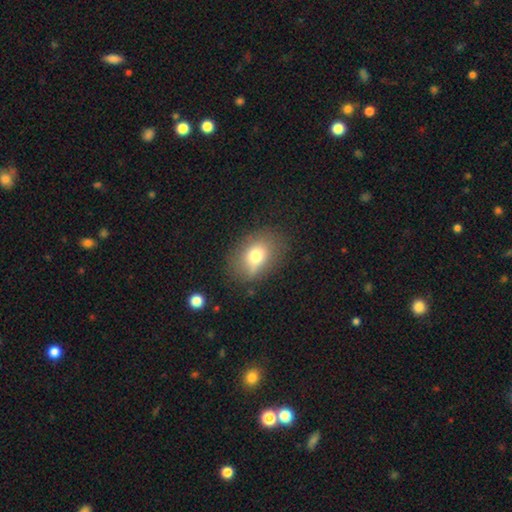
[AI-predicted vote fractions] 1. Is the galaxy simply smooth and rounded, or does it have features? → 72% smooth, 17% featured or disk, 11% star or artifact.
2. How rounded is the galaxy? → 69% in between, 29% round, 2% cigar-shaped.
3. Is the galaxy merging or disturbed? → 71% none, 19% minor disturbance, 8% major disturbance, 2% merger.